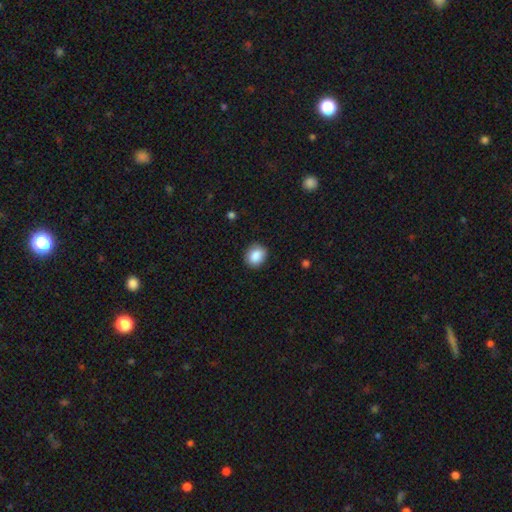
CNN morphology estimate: smooth 87%, star or artifact 8%, featured or disk 5%. Down the decision tree: how rounded — round (63%); merging — none (85%).